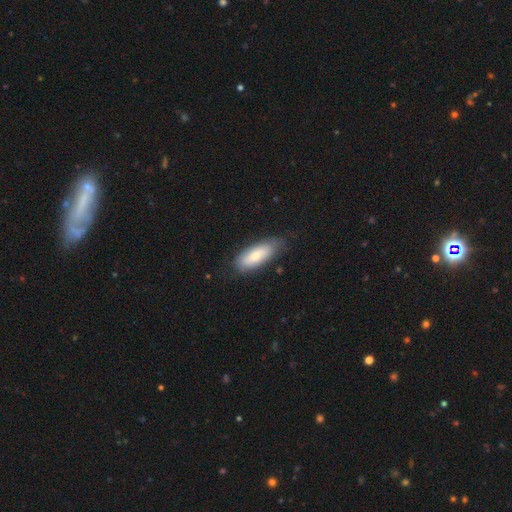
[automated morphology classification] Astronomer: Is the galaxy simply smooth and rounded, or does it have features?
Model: smooth — 77%.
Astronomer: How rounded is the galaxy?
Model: in between — 74%.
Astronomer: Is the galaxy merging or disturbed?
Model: none — 70%.